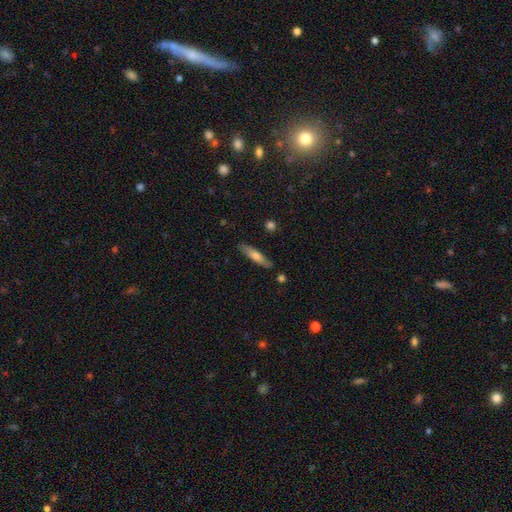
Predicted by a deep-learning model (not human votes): Smooth or featured? smooth (62%)
How rounded? cigar-shaped (82%)
Merging? none (85%)